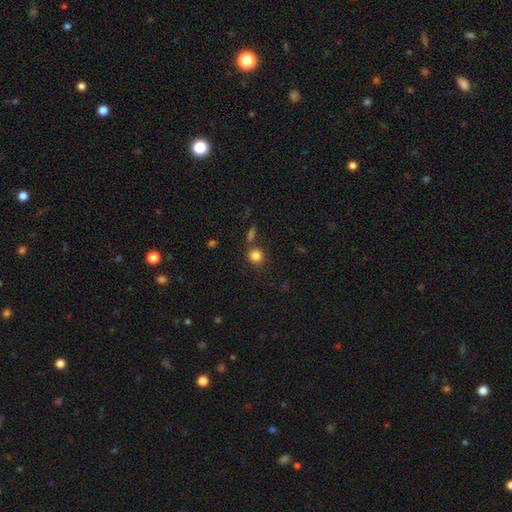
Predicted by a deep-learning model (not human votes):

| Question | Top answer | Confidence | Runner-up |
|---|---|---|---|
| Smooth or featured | smooth | 84% | star or artifact (11%) |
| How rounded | round | 86% | in between (13%) |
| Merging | none | 75% | minor disturbance (11%) |